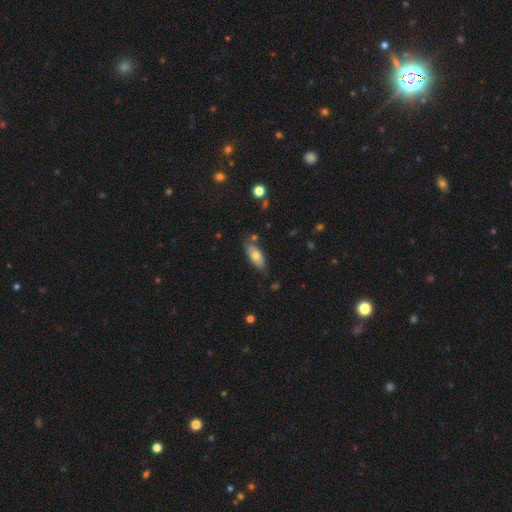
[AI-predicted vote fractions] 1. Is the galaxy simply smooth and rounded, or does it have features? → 67% smooth, 26% featured or disk, 7% star or artifact.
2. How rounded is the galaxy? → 79% in between, 18% cigar-shaped, 3% round.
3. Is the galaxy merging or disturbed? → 73% none, 19% minor disturbance, 5% merger, 4% major disturbance.